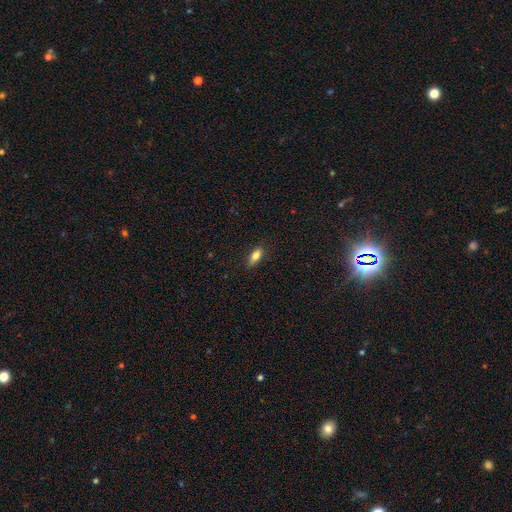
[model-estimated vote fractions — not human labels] smooth 78%, featured or disk 14%, star or artifact 8%. Down the decision tree: how rounded — in between (78%); merging — none (83%).